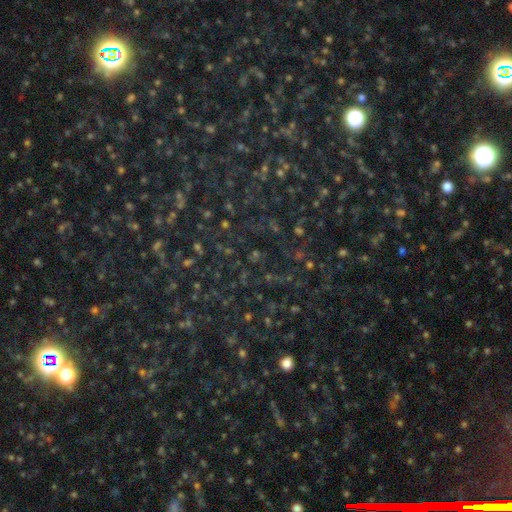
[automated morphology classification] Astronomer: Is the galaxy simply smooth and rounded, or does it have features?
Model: star or artifact — 74%.